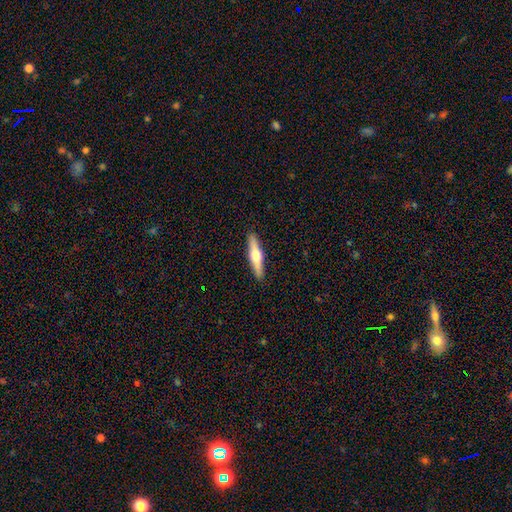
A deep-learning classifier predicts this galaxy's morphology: featured or disk 54%, smooth 41%, star or artifact 5%. Down the decision tree: edge-on disk — yes (95%); edge-on bulge — rounded (94%); merging — none (91%).